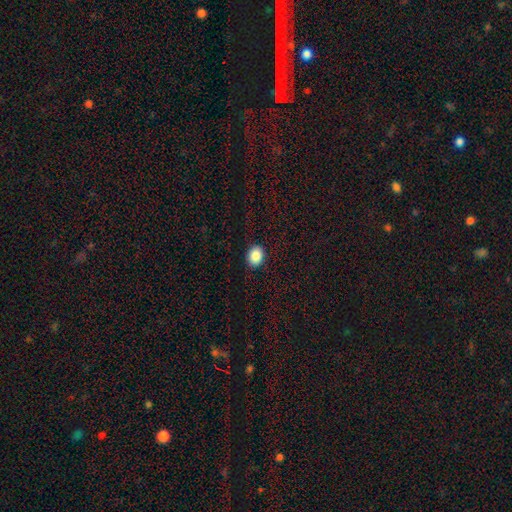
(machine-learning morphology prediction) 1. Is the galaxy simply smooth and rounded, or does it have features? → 87% smooth, 9% star or artifact, 5% featured or disk.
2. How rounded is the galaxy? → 54% in between, 45% round, 1% cigar-shaped.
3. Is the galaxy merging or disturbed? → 91% none, 7% minor disturbance, 2% major disturbance, 1% merger.